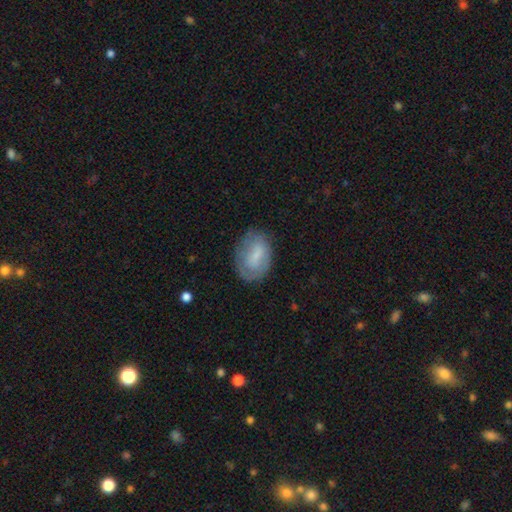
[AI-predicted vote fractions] Q: Smooth or featured?
A: smooth (63%); runner-up: featured or disk (29%)
Q: How rounded?
A: in between (83%); runner-up: round (15%)
Q: Merging?
A: none (68%); runner-up: minor disturbance (22%)